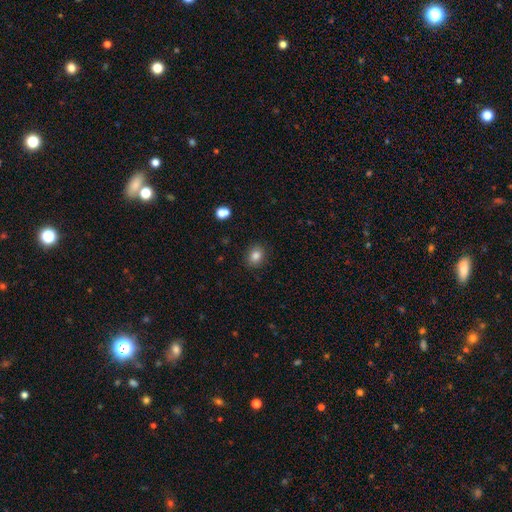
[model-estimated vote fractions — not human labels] Smooth or featured? smooth (84%)
How rounded? round (53%)
Merging? none (88%)